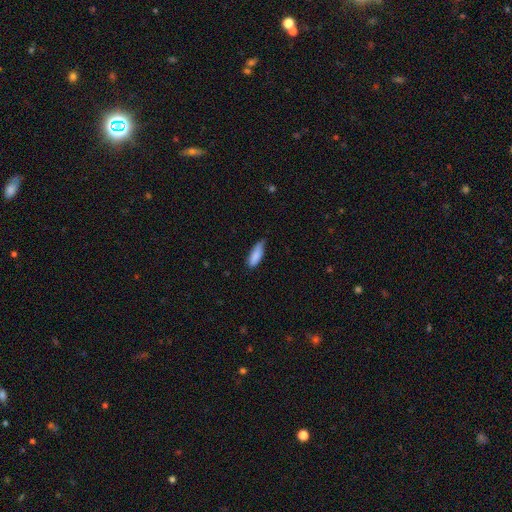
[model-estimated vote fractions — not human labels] smooth_or_featured: smooth (p=0.87) [alt: featured or disk p=0.07]
how_rounded: in between (p=0.62) [alt: cigar-shaped p=0.37]
merging: none (p=0.56) [alt: minor disturbance p=0.37]